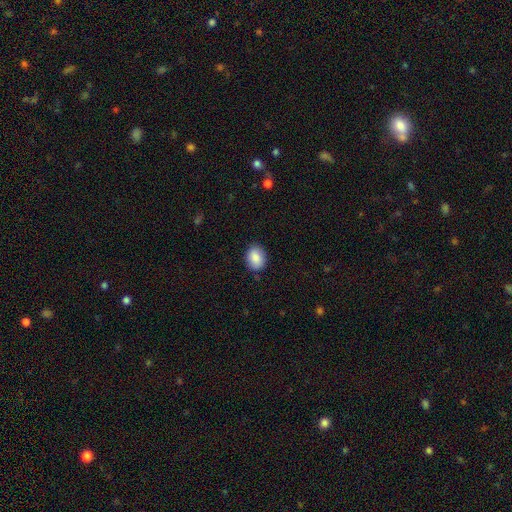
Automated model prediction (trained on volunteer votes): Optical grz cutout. It shows a smooth galaxy with no disk features (86%) that is in between round and cigar-shaped (54%). Merging: none (86%).